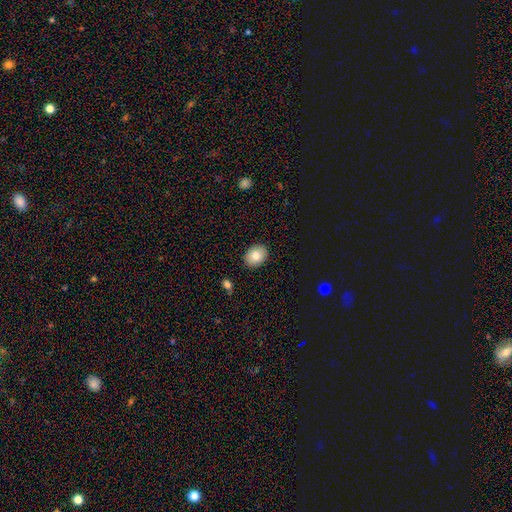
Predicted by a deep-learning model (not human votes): Q: Smooth or featured?
A: smooth (82%); runner-up: featured or disk (10%)
Q: How rounded?
A: in between (68%); runner-up: round (31%)
Q: Merging?
A: none (89%); runner-up: minor disturbance (8%)